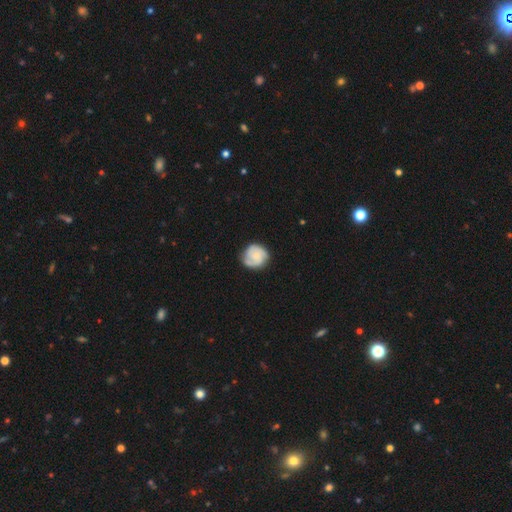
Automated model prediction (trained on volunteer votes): featured or disk 54%, smooth 39%, star or artifact 6%. Down the decision tree: edge-on disk — no (98%); bar — no (74%); spiral arms — yes (89%); bulge size — small (56%); merging — none (76%).